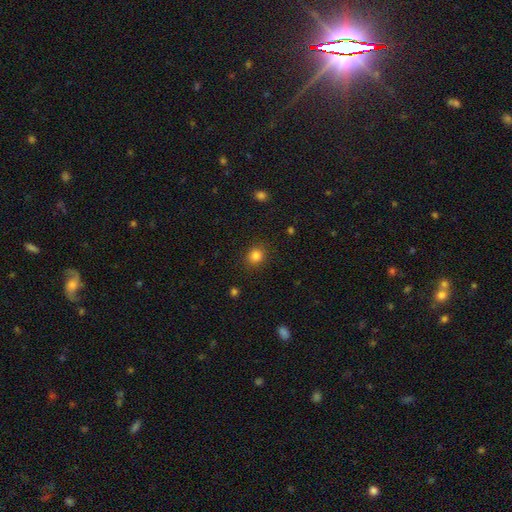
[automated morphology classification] This is clearly a smooth galaxy (83%). How rounded: likely round (77%). Merging: clearly none (89%).